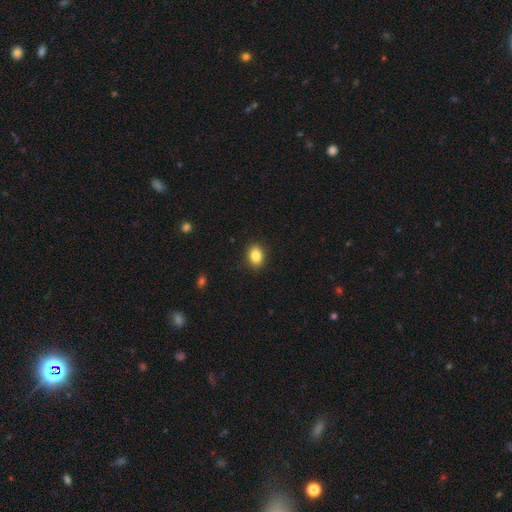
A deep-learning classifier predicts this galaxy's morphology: Smooth or featured: smooth — 86% (star or artifact — 9%)
How rounded: in between — 72% (round — 27%)
Merging: none — 89% (minor disturbance — 8%)